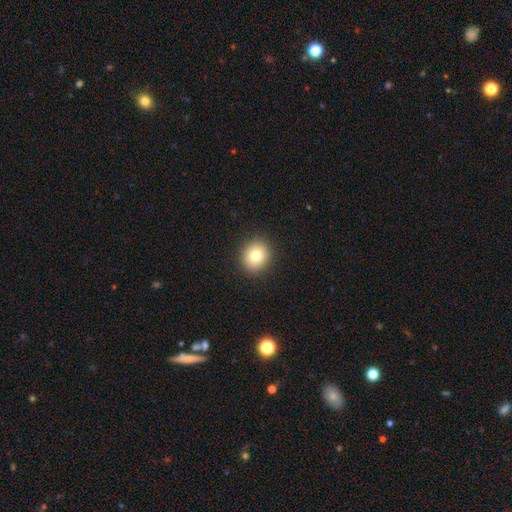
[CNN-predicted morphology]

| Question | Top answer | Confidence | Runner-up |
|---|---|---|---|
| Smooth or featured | smooth | 81% | star or artifact (10%) |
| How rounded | round | 81% | in between (18%) |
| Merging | none | 91% | minor disturbance (6%) |